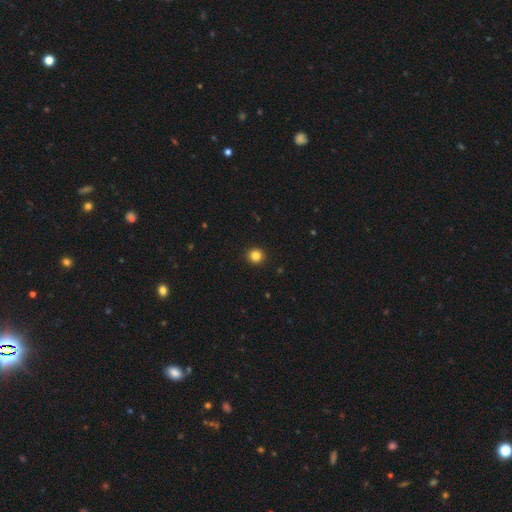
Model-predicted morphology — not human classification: smooth 84%, star or artifact 12%, featured or disk 4%. Down the decision tree: how rounded — round (94%); merging — none (93%).